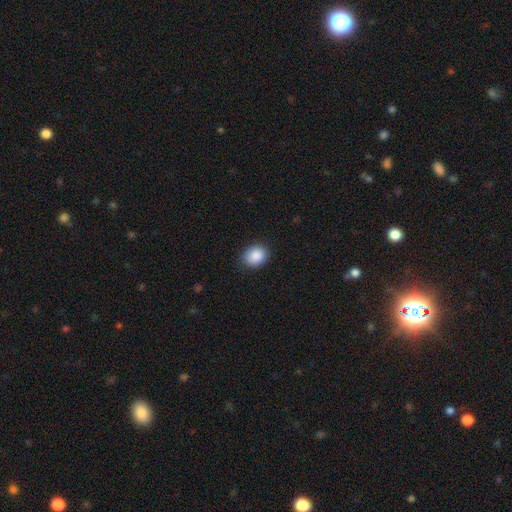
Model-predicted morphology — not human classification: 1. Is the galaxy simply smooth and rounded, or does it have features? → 89% smooth, 8% star or artifact, 4% featured or disk.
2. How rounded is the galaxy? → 54% round, 45% in between, 1% cigar-shaped.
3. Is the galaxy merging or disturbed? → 86% none, 10% minor disturbance, 2% major disturbance, 1% merger.